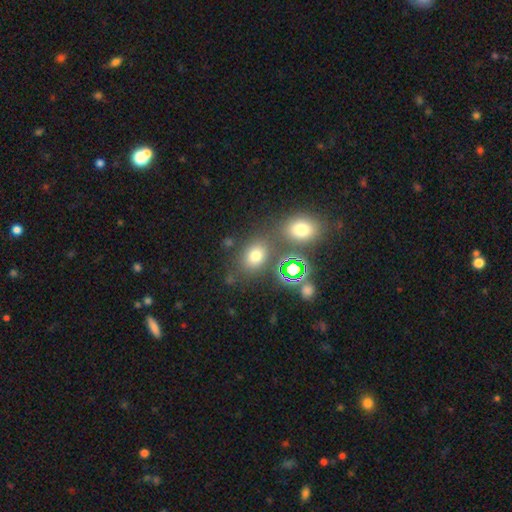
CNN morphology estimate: Smooth or featured? Predicted: smooth (p=0.66). How rounded? Predicted: in between (p=0.56). Merging? Predicted: none (p=0.70).